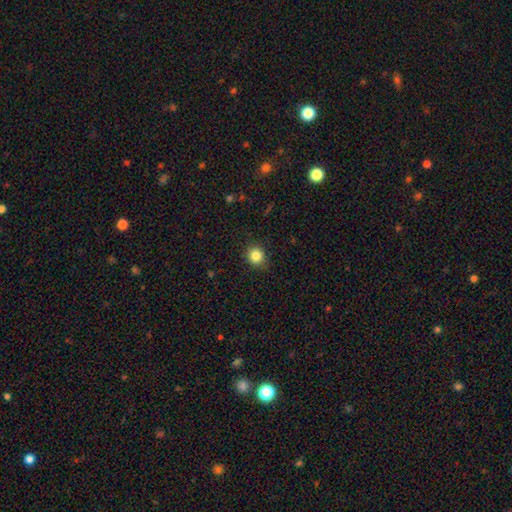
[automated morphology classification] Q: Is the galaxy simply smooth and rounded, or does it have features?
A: smooth — 84%.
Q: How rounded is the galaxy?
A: round — 86%.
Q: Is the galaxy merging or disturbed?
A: none — 89%.